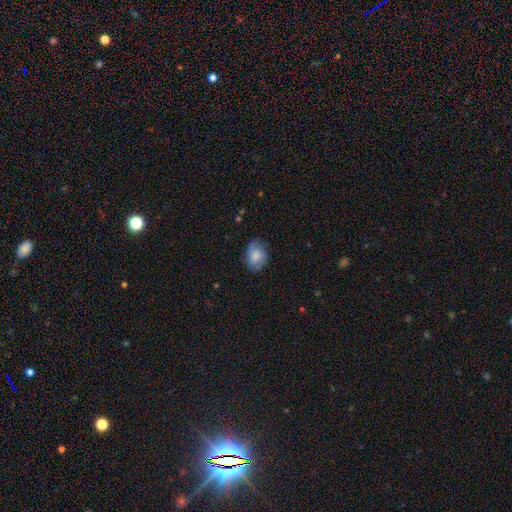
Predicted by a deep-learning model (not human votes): Smooth or featured? smooth (63%)
How rounded? in between (66%)
Merging? none (68%)